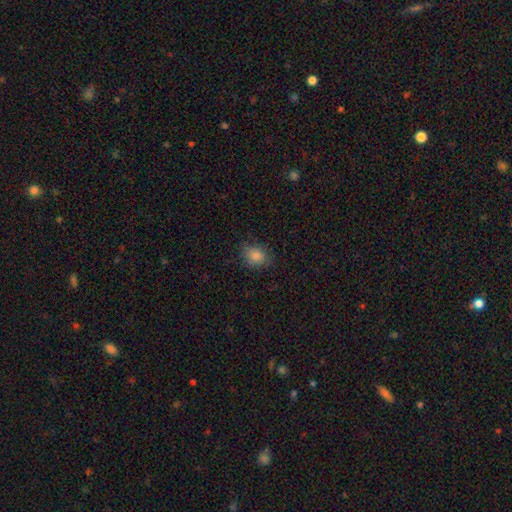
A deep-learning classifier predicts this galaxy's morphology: This is clearly a smooth galaxy (85%). How rounded: possibly in between (58%). Merging: likely none (77%).